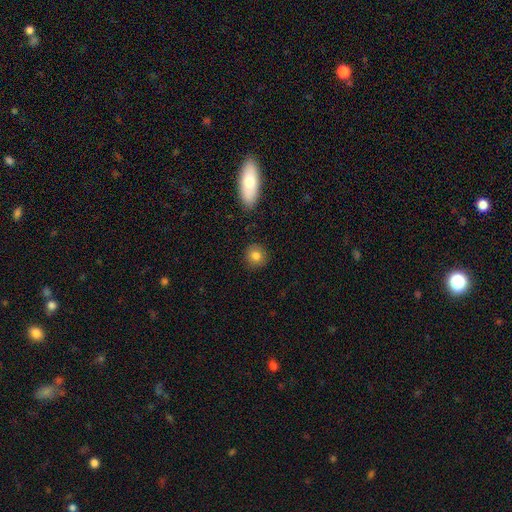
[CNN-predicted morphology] This is clearly a smooth galaxy (81%). How rounded: clearly round (91%). Merging: clearly none (89%).